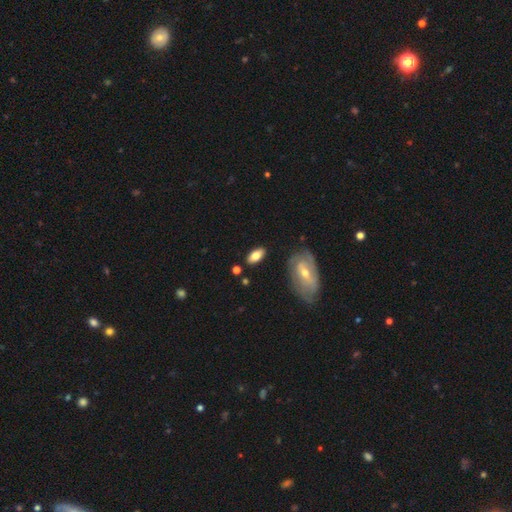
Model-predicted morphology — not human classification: A smooth galaxy with no disk features (75%) that is in between round and cigar-shaped (89%). Merging: none (83%).